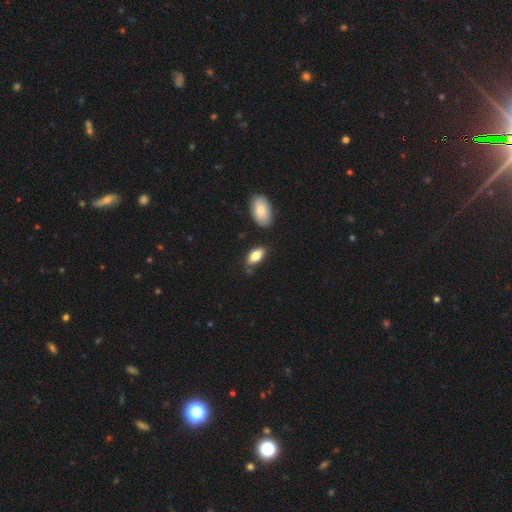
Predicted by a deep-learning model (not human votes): Overall: smooth (81%). How rounded: in between (89%). Merging: none (74%).